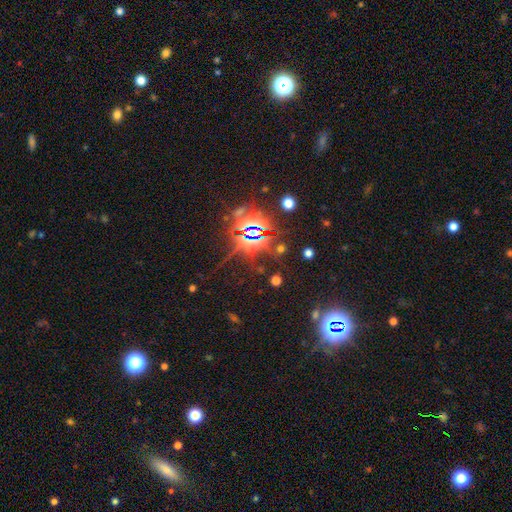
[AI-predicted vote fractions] Q: Smooth or featured?
A: star or artifact (83%); runner-up: smooth (9%)